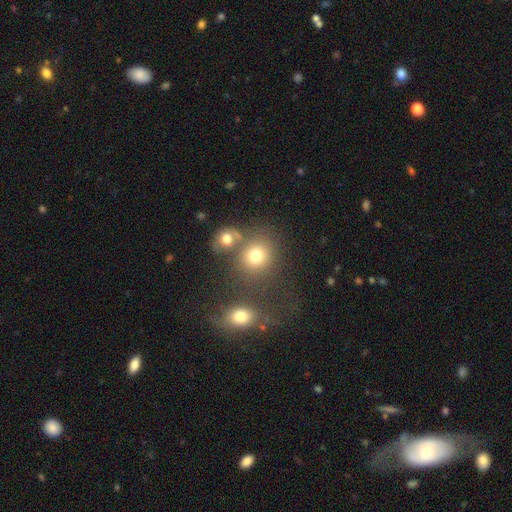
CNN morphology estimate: smooth 76%, star or artifact 15%, featured or disk 9%. Down the decision tree: how rounded — round (78%); merging — none (64%).